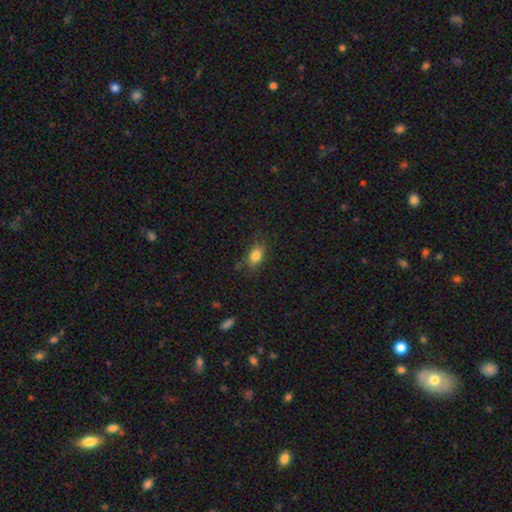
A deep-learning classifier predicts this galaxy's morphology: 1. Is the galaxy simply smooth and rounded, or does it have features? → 82% smooth, 10% star or artifact, 8% featured or disk.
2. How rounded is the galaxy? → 79% in between, 18% round, 2% cigar-shaped.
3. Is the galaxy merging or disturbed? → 78% none, 16% minor disturbance, 4% major disturbance, 2% merger.